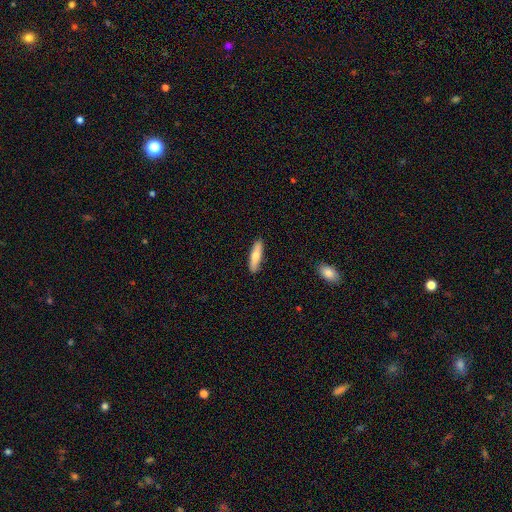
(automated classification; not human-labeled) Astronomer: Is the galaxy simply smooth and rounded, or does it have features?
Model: smooth — 73%.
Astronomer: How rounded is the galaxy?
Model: cigar-shaped — 71%.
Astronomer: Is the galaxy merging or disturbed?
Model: none — 89%.